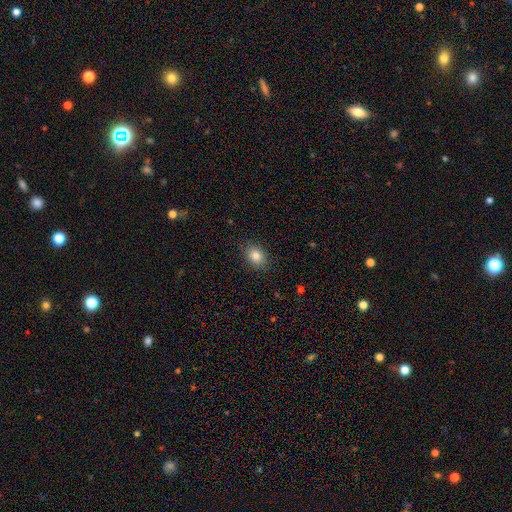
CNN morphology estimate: Smooth or featured? smooth (84%)
How rounded? in between (63%)
Merging? none (85%)